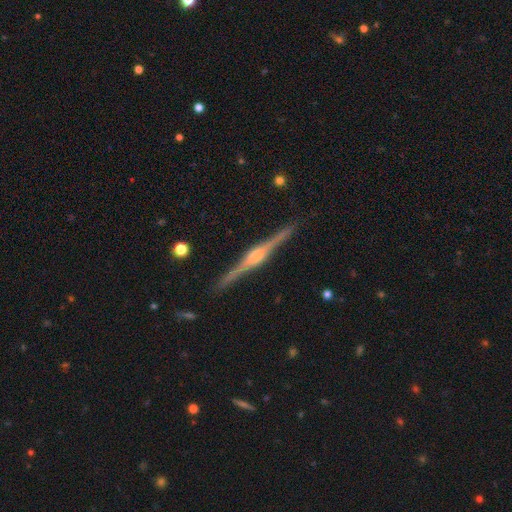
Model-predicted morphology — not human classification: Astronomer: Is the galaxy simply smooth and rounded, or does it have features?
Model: featured or disk — 88%.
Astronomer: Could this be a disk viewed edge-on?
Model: yes — 99%.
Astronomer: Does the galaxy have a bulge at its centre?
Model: rounded — 78%.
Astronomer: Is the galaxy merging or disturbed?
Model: none — 91%.